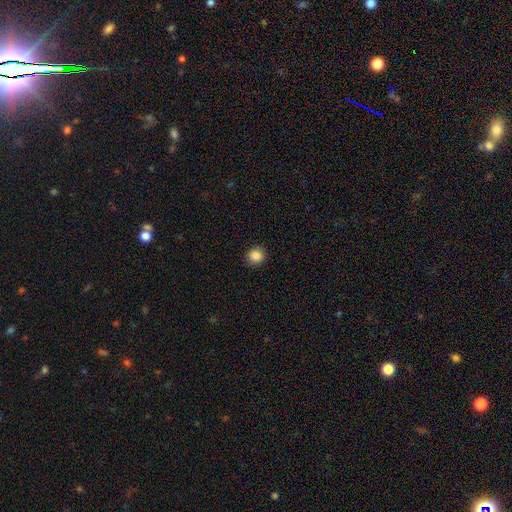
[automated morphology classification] A smooth galaxy with no disk features (86%) that is round (86%). Merging: none (91%).